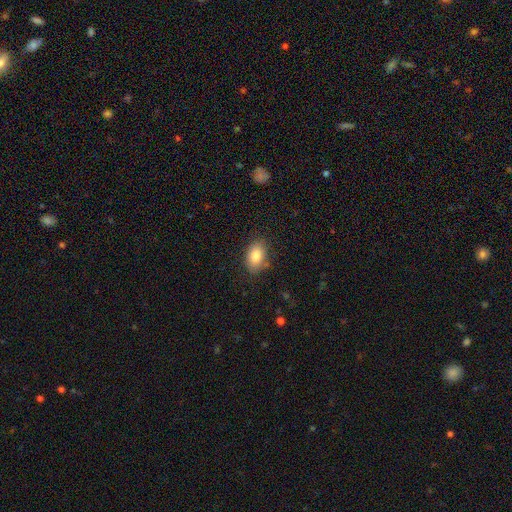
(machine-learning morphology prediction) Q: Smooth or featured?
A: smooth (85%); runner-up: featured or disk (8%)
Q: How rounded?
A: in between (88%); runner-up: round (10%)
Q: Merging?
A: none (81%); runner-up: minor disturbance (13%)